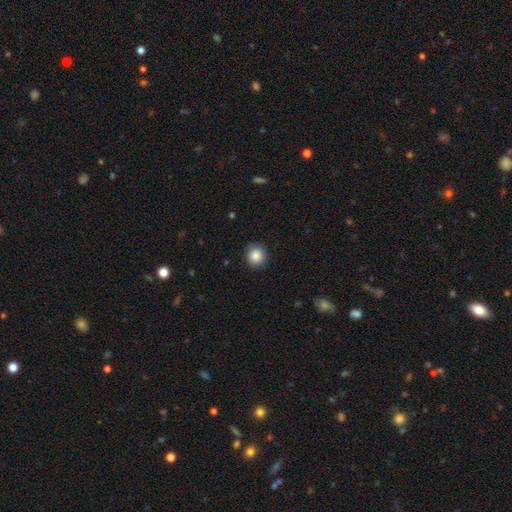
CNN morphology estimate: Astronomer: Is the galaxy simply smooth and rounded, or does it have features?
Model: smooth — 87%.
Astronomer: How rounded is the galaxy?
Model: round — 91%.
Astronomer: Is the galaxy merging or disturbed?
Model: none — 85%.